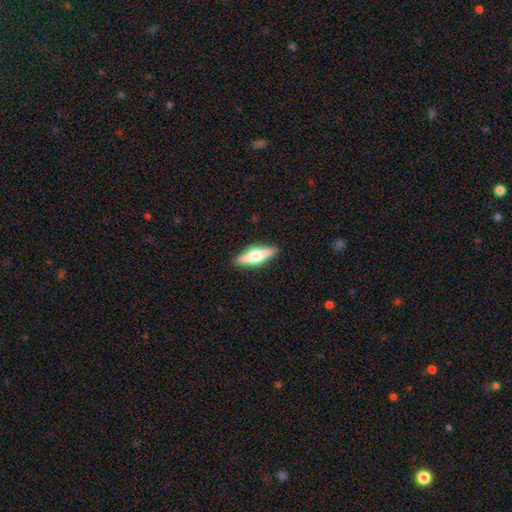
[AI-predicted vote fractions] Smooth or featured? featured or disk (55%)
Edge-on disk? yes (94%)
Edge-on bulge? rounded (93%)
Merging? none (89%)